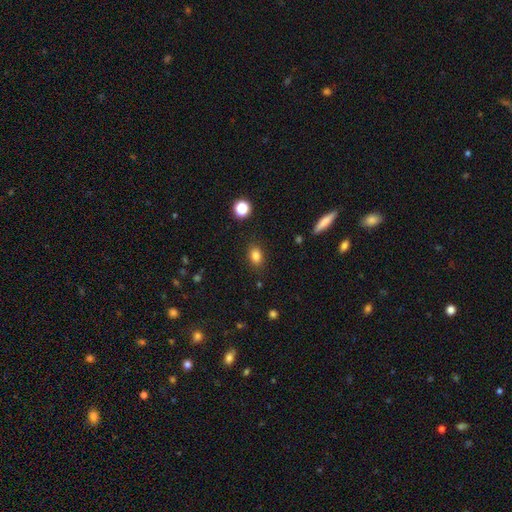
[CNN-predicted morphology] Smooth or featured: smooth — 83% (star or artifact — 11%)
How rounded: in between — 73% (round — 26%)
Merging: none — 86% (minor disturbance — 10%)